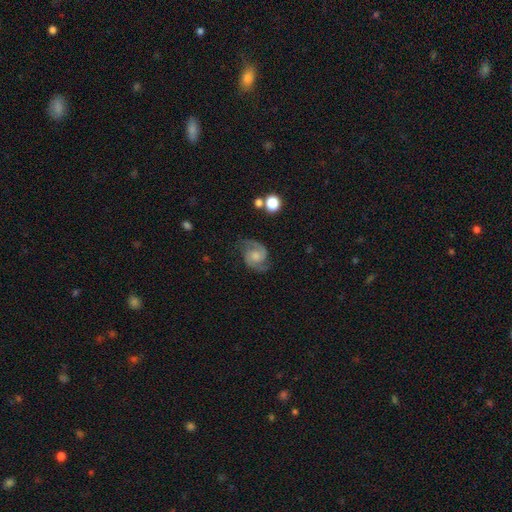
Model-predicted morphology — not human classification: This appears to be a featured or disk galaxy (87%) with no bar (63%), 2 (93%) medium (56%) spiral arms (98%) and a moderate central bulge (44%). Merging: none (77%).